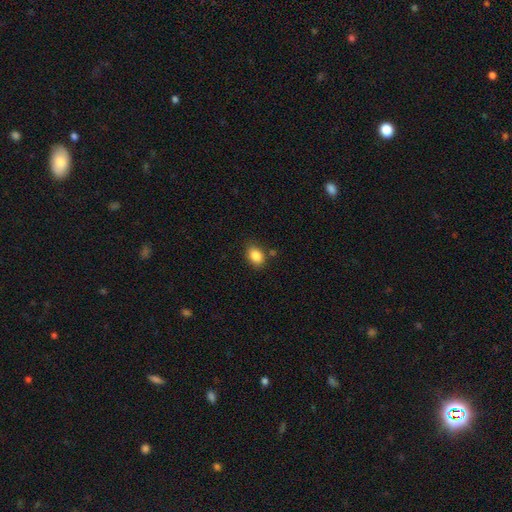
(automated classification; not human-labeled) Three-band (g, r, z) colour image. It shows a smooth galaxy with no disk features (86%) that is in between round and cigar-shaped (74%). Merging: none (78%).